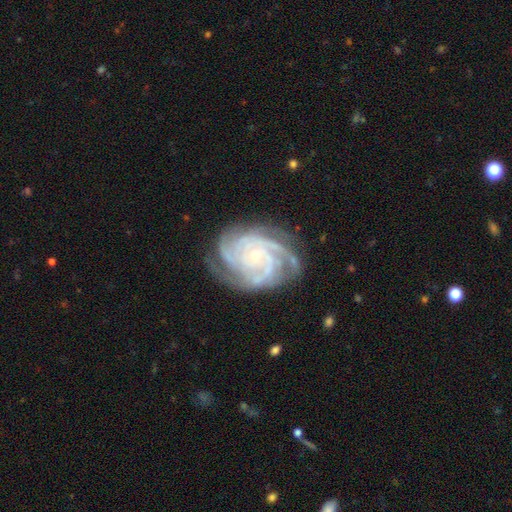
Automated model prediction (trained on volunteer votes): Smooth or featured? featured or disk (91%)
Edge-on disk? no (97%)
Bar? no (75%)
Spiral arms? yes (98%)
Spiral winding? tight (74%)
Spiral arm count? 4 (37%)
Bulge size? small (74%)
Merging? none (76%)